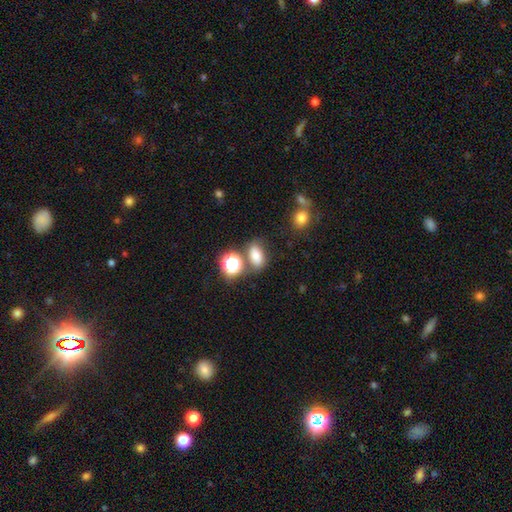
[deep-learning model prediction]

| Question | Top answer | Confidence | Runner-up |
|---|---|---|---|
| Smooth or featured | smooth | 72% | star or artifact (17%) |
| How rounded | in between | 76% | round (21%) |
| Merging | none | 64% | merger (16%) |